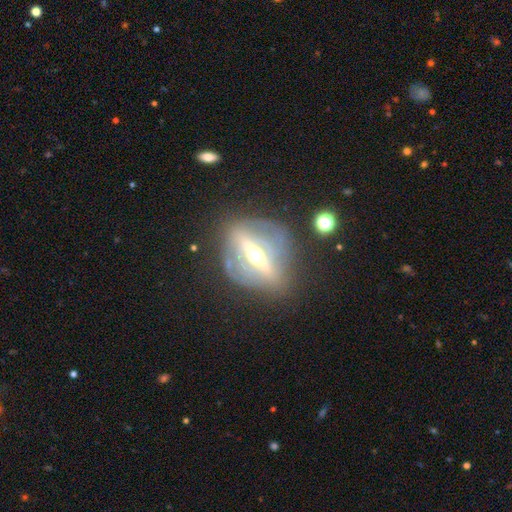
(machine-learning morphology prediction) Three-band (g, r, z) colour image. It shows a featured or disk galaxy (81%). Merging: none (68%).